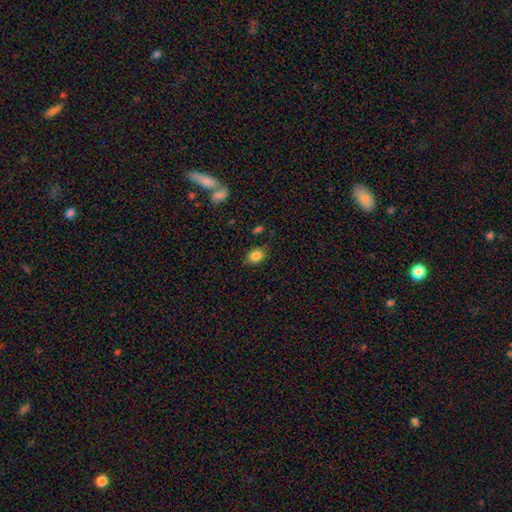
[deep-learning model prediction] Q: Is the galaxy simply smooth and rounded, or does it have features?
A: smooth — 84%.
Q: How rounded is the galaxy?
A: in between — 53%.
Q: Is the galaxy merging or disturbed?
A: none — 80%.